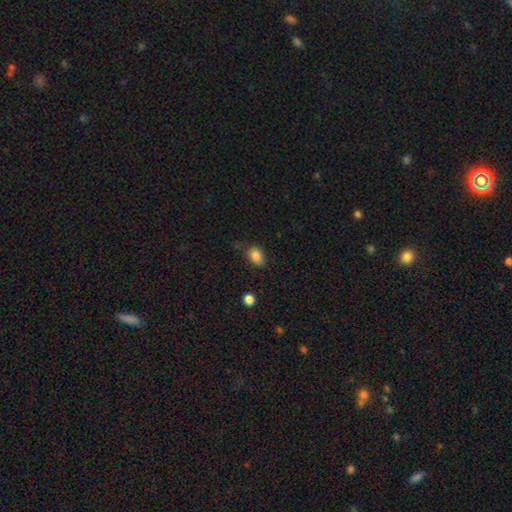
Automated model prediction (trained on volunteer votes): Overall: smooth (86%). How rounded: in between (81%). Merging: none (71%).